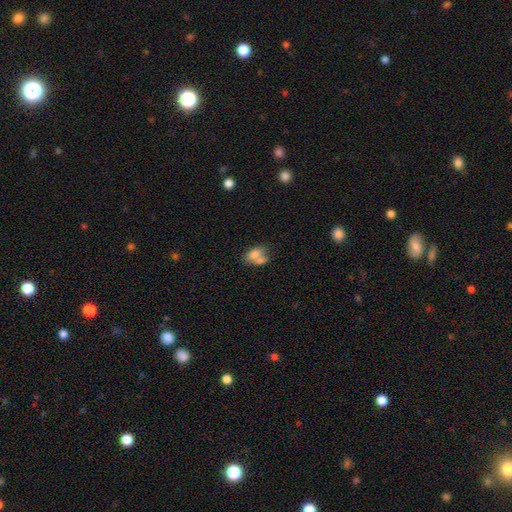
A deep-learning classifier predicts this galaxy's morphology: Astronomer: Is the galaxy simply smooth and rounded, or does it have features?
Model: smooth — 71%.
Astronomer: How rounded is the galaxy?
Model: in between — 81%.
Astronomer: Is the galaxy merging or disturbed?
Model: merger — 53%.